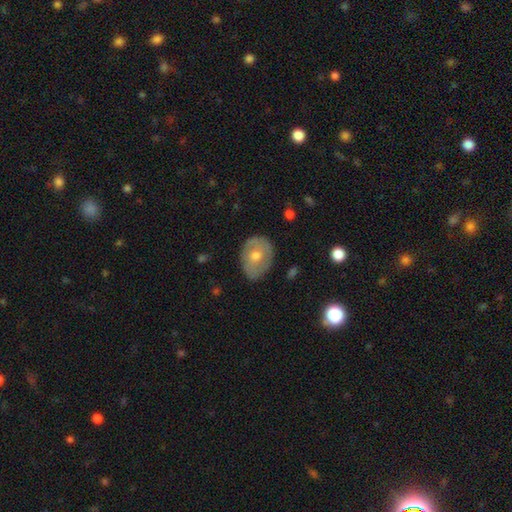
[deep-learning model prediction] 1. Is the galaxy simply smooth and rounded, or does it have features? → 50% smooth, 42% featured or disk, 8% star or artifact.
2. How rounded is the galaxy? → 58% in between, 41% round, 1% cigar-shaped.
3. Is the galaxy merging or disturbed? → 75% none, 20% minor disturbance, 5% major disturbance, 1% merger.